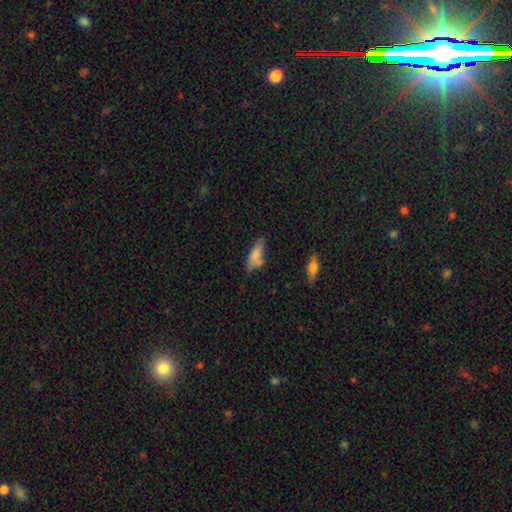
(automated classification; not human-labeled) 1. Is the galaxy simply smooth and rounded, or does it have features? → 78% smooth, 15% featured or disk, 7% star or artifact.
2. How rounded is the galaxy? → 62% in between, 36% cigar-shaped, 2% round.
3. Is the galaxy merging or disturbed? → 61% none, 23% minor disturbance, 11% merger, 6% major disturbance.